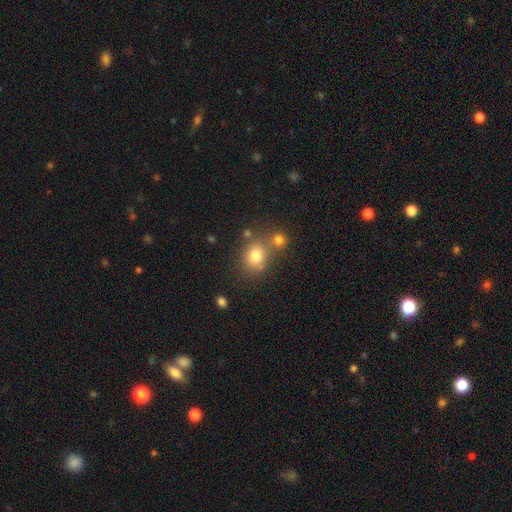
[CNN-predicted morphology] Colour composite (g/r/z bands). It shows a smooth galaxy with no disk features (77%) that is round (63%). Merging: none (60%).